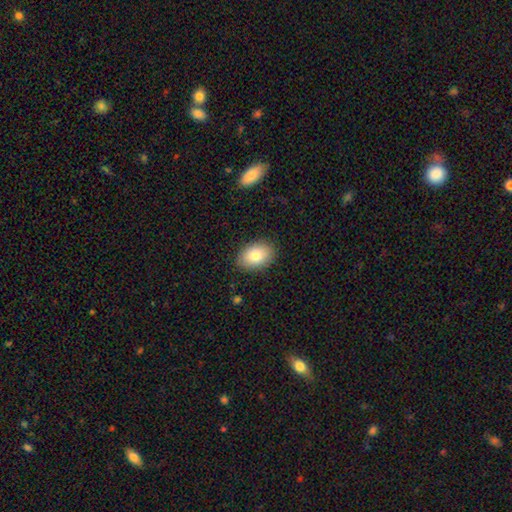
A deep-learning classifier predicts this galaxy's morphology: The model was most divided on "how rounded": in between: 84%, round: 15%, cigar-shaped: 1%. More confident: merging — none (88%); smooth or featured — smooth (81%).